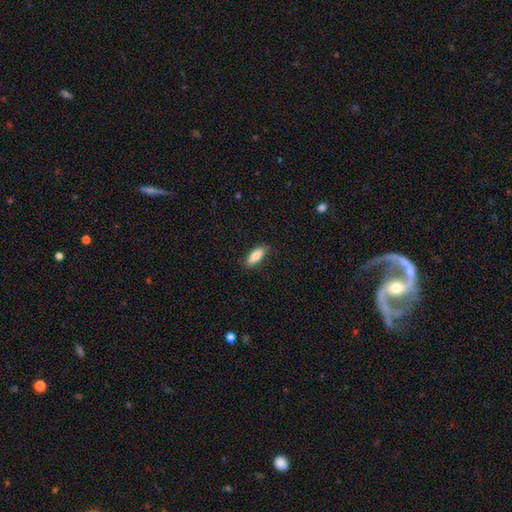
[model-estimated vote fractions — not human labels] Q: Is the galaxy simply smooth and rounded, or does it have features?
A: smooth — 84%.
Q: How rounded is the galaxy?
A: in between — 69%.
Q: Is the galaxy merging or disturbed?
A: none — 84%.